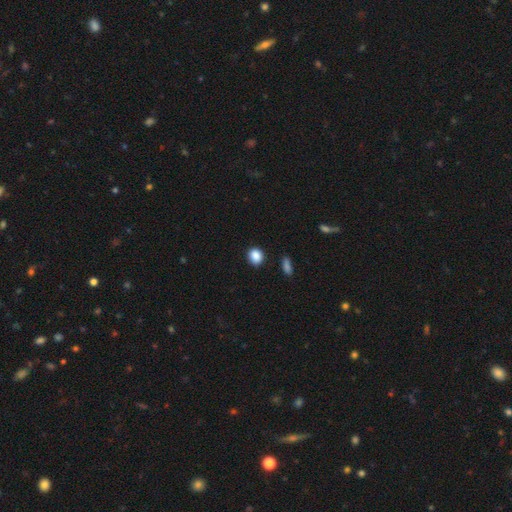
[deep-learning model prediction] Smooth or featured: smooth — 87% (star or artifact — 9%)
How rounded: round — 68% (in between — 31%)
Merging: none — 86% (minor disturbance — 9%)